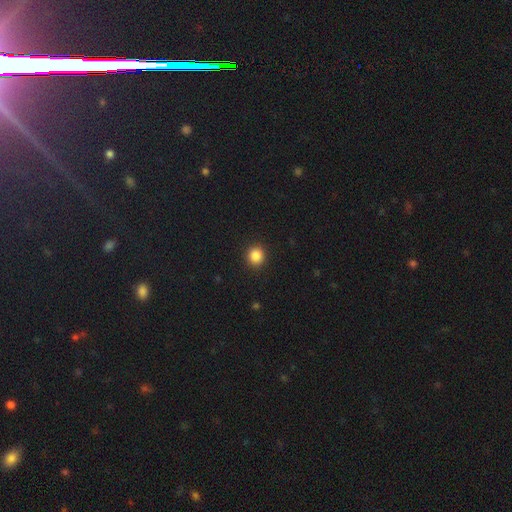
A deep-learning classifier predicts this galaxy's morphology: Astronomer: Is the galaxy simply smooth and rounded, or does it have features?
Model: smooth — 86%.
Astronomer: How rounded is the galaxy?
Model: round — 91%.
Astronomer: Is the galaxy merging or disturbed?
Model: none — 92%.